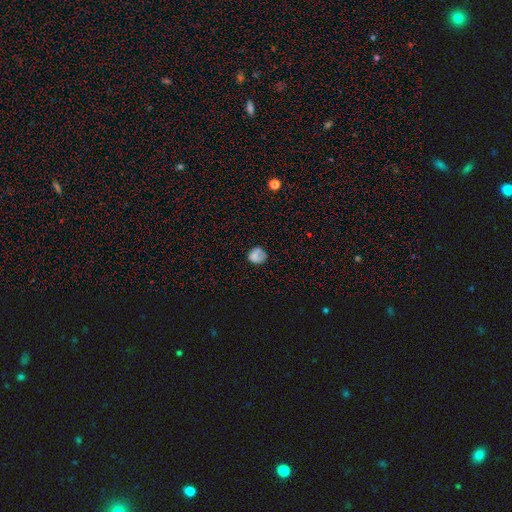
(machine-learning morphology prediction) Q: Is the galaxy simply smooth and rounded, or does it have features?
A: smooth — 74%.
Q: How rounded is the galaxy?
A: round — 75%.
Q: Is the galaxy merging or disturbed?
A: none — 60%.